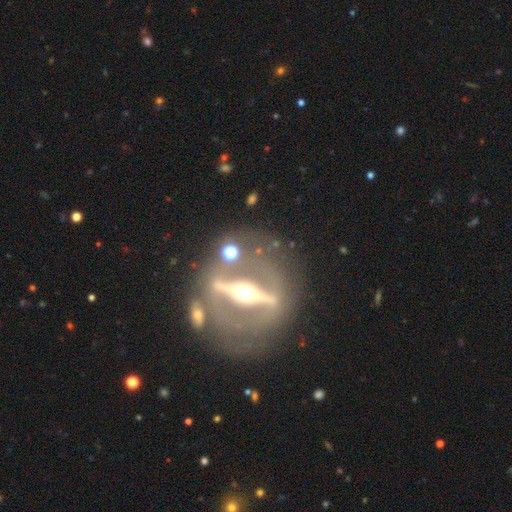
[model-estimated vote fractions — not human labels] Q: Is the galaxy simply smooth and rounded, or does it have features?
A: featured or disk — 85%.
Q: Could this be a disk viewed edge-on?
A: yes — 61%.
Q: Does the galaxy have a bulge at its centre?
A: rounded — 88%.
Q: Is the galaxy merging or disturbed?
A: none — 76%.